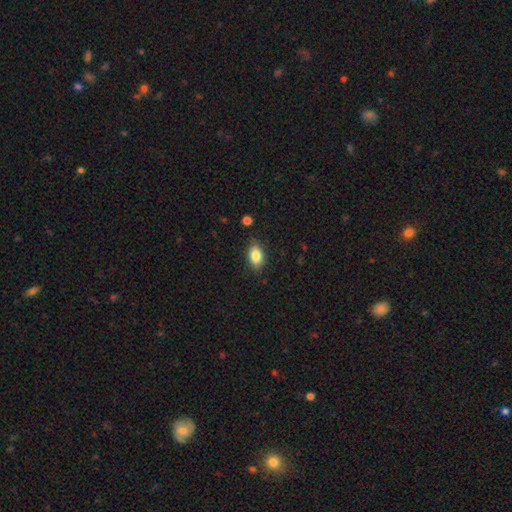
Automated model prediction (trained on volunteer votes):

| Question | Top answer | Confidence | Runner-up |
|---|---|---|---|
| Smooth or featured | smooth | 84% | star or artifact (8%) |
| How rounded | in between | 85% | round (13%) |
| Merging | none | 84% | minor disturbance (12%) |